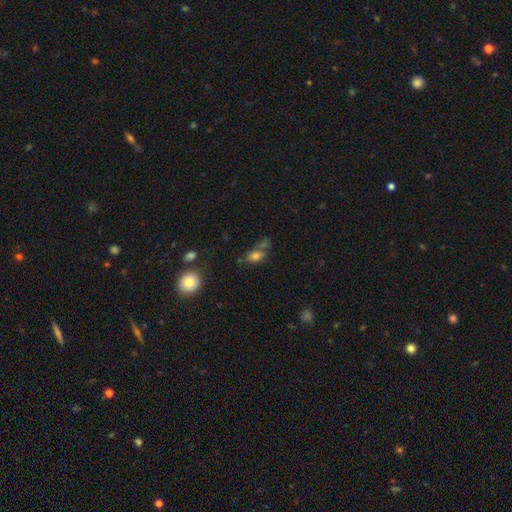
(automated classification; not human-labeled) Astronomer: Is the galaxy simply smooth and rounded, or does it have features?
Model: smooth — 76%.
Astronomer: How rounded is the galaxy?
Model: in between — 75%.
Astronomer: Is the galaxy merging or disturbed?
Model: none — 47%.